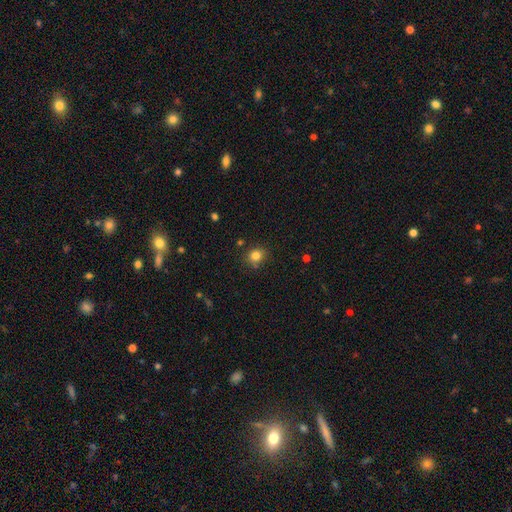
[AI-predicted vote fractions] Smooth or featured? Predicted: smooth (p=0.82). How rounded? Predicted: round (p=0.76). Merging? Predicted: none (p=0.79).